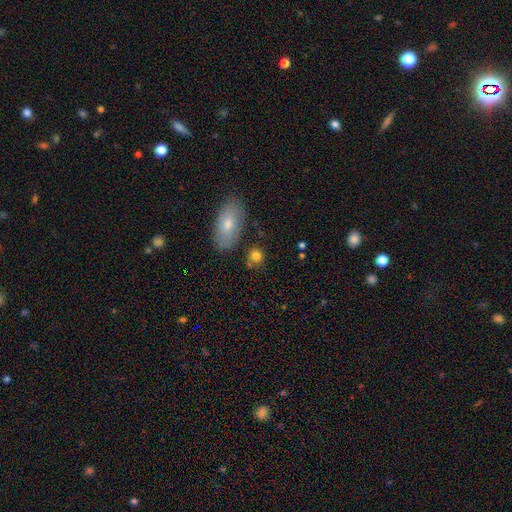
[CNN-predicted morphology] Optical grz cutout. It shows a smooth galaxy with no disk features (81%) that is round (73%). Merging: none (73%).